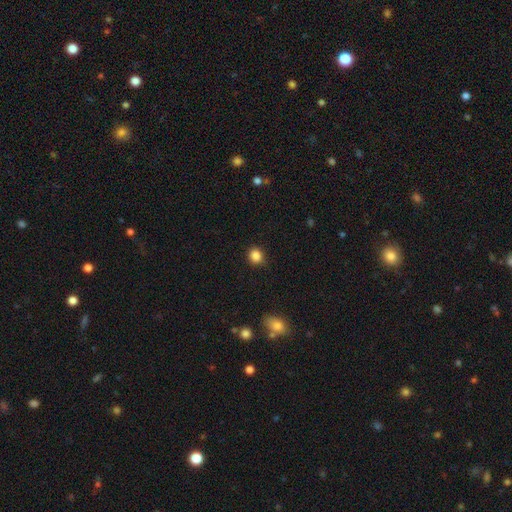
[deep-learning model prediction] Smooth or featured?
  - smooth: 86% *
  - star or artifact: 11%
  - featured or disk: 3%
How rounded?
  - round: 81% *
  - in between: 18%
  - cigar-shaped: 1%
Merging?
  - none: 87% *
  - minor disturbance: 9%
  - major disturbance: 2%
  - merger: 1%